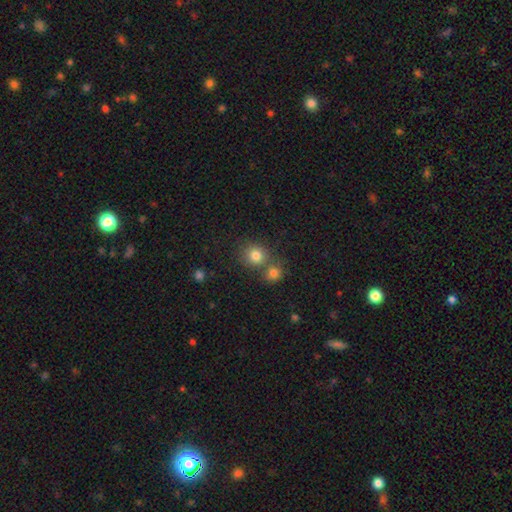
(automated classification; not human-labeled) smooth 80%, star or artifact 13%, featured or disk 7%. Down the decision tree: how rounded — round (83%); merging — none (56%).